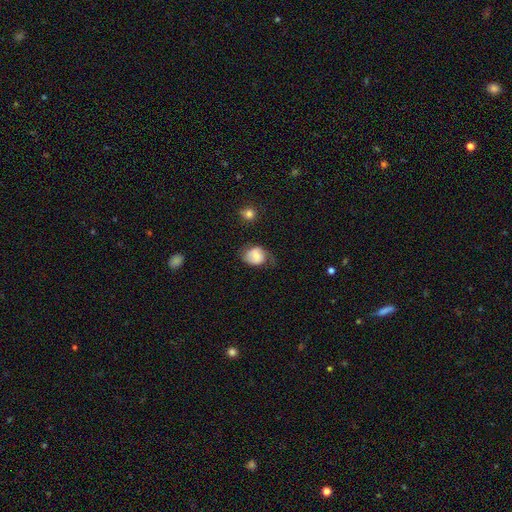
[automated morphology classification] This appears to be a smooth galaxy with no disk features (57%) that is in between round and cigar-shaped (51%). Merging: none (46%).